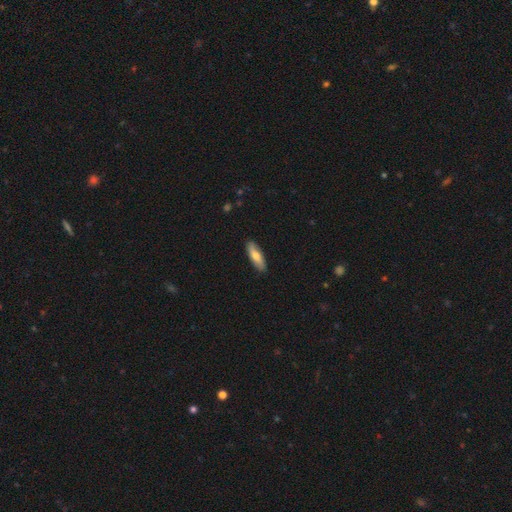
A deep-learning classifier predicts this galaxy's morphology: Smooth or featured? smooth (72%)
How rounded? cigar-shaped (49%, tied with in between)
Merging? none (88%)